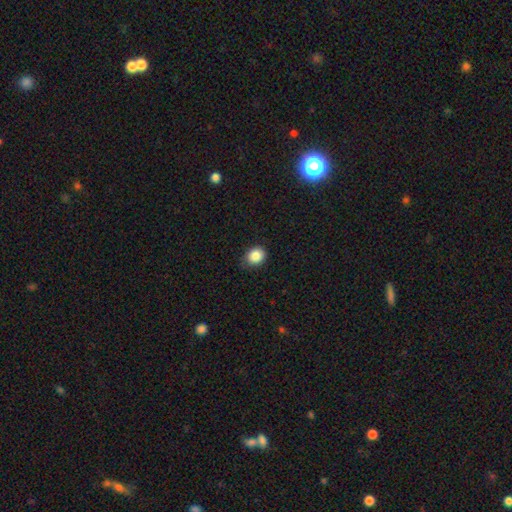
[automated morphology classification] Smooth or featured?
  - smooth: 86% *
  - star or artifact: 9%
  - featured or disk: 4%
How rounded?
  - round: 63% *
  - in between: 36%
  - cigar-shaped: 1%
Merging?
  - none: 79% *
  - minor disturbance: 17%
  - major disturbance: 3%
  - merger: 1%